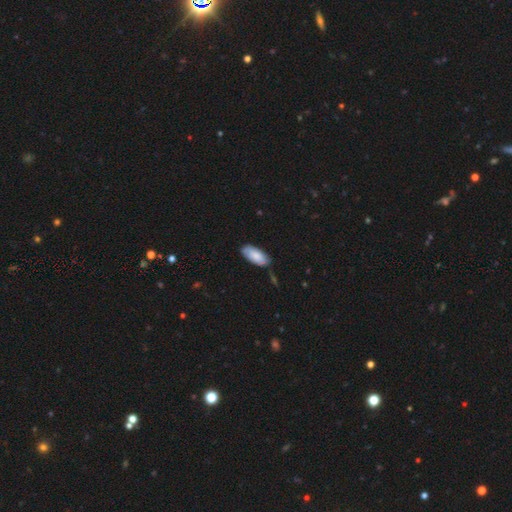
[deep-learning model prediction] This is likely a smooth galaxy (78%). How rounded: clearly in between (90%). Merging: likely none (74%).